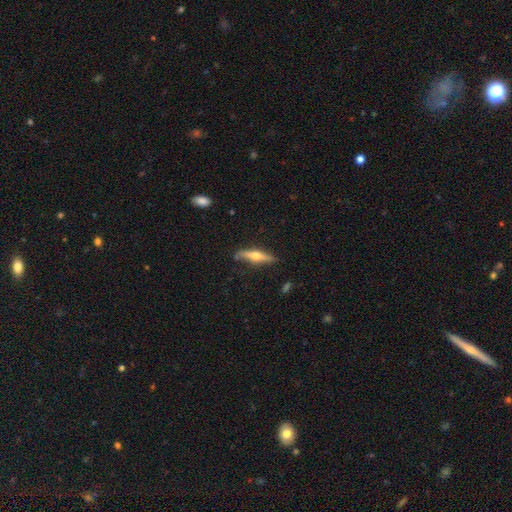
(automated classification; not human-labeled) smooth-or-featured: featured or disk: 60% | smooth: 34% | star or artifact: 6%
  disk-edge-on: yes: 94% | no: 6%
    edge-on-bulge: rounded: 93% | none: 4% | boxy: 3%
  merging: none: 80% | minor disturbance: 15% | major disturbance: 3% | merger: 2%